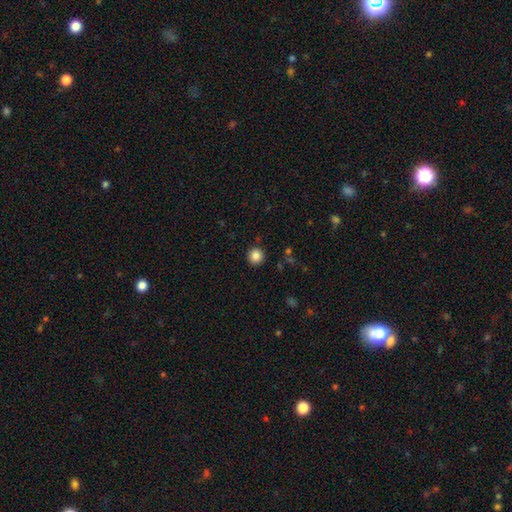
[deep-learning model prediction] Morphology: type=smooth (85%); roundness=round (94%); merging=none (91%).